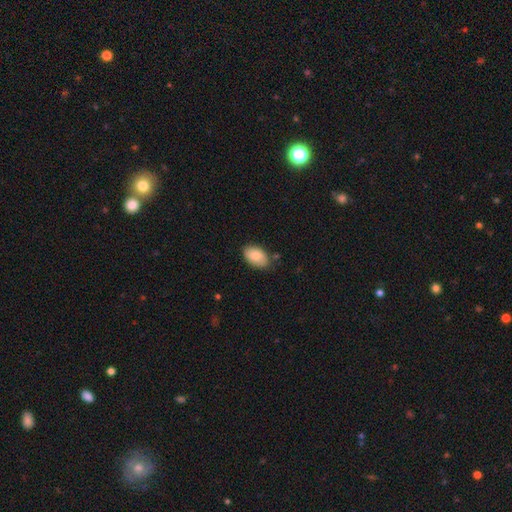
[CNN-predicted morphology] A smooth galaxy with no disk features (84%) that is in between round and cigar-shaped (92%).

Vote fractions:
- Smooth or featured? smooth: 84% / featured or disk: 10% / star or artifact: 6%
- How rounded? in between: 92% / round: 7% / cigar-shaped: 1%
- Merging? none: 77% / minor disturbance: 18% / major disturbance: 3% / merger: 2%